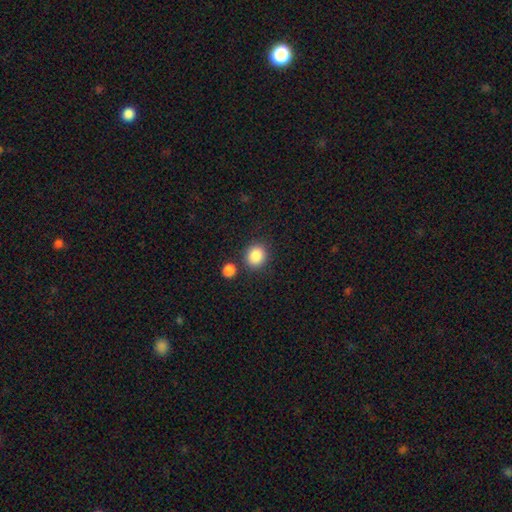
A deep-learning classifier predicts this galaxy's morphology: This appears to be a smooth galaxy with no disk features (87%) that is round (78%). Merging: none (80%).